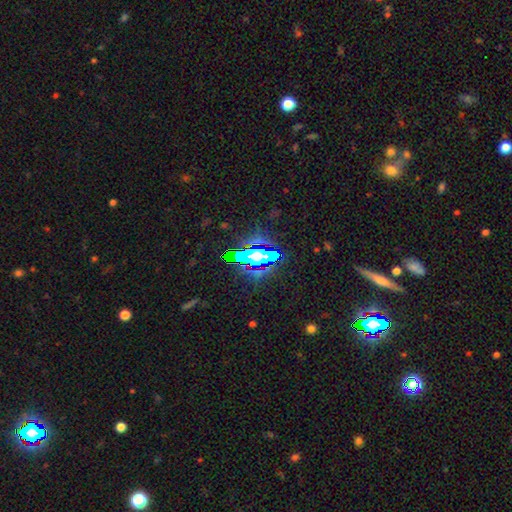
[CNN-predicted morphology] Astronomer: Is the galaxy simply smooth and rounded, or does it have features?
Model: star or artifact — 64%.